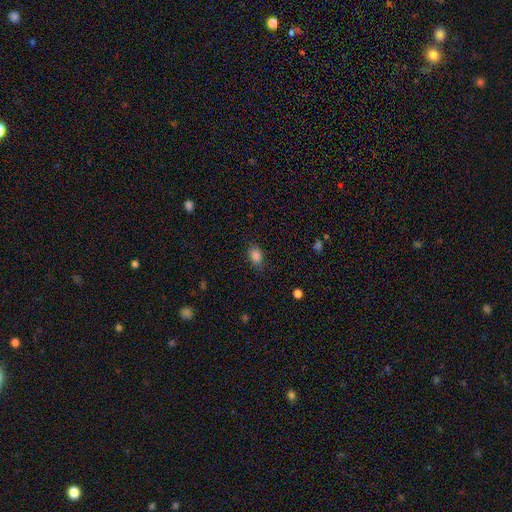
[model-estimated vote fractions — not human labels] smooth 84%, star or artifact 10%, featured or disk 5%. Down the decision tree: how rounded — in between (79%); merging — none (80%).